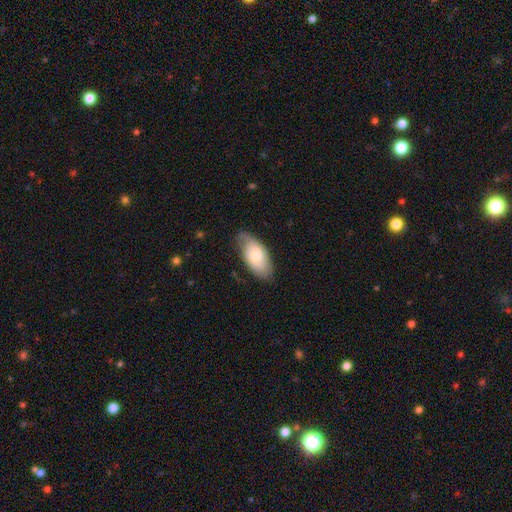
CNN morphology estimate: Smooth or featured?
  - smooth: 67% *
  - featured or disk: 28%
  - star or artifact: 6%
How rounded?
  - in between: 93% *
  - cigar-shaped: 4%
  - round: 3%
Merging?
  - none: 74% *
  - minor disturbance: 21%
  - major disturbance: 4%
  - merger: 1%